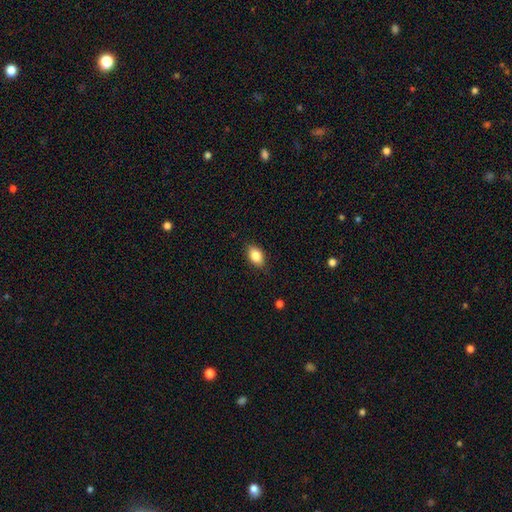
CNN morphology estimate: The model was most divided on "merging": none: 85%, minor disturbance: 12%, major disturbance: 2%, merger: 1%. More confident: how rounded — in between (88%); smooth or featured — smooth (84%).